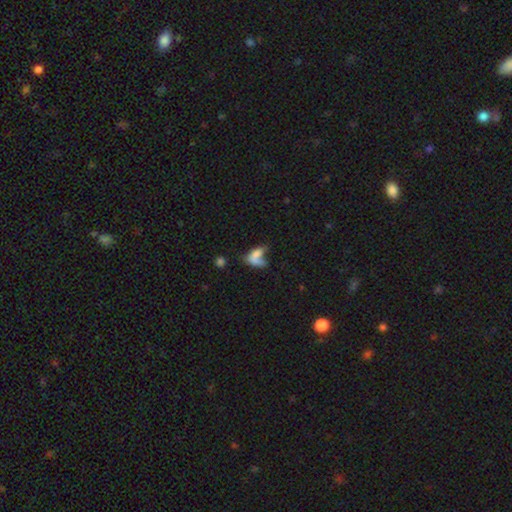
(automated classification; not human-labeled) The model was most divided on "merging": merger: 36%, major disturbance: 26%, none: 25%, minor disturbance: 13%. More confident: how rounded — in between (75%); smooth or featured — smooth (63%).